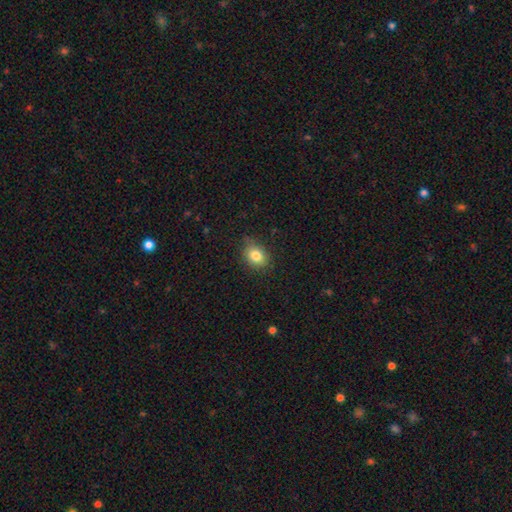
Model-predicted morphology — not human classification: This is clearly a smooth galaxy (82%). How rounded: possibly in between (59%). Merging: likely none (76%).